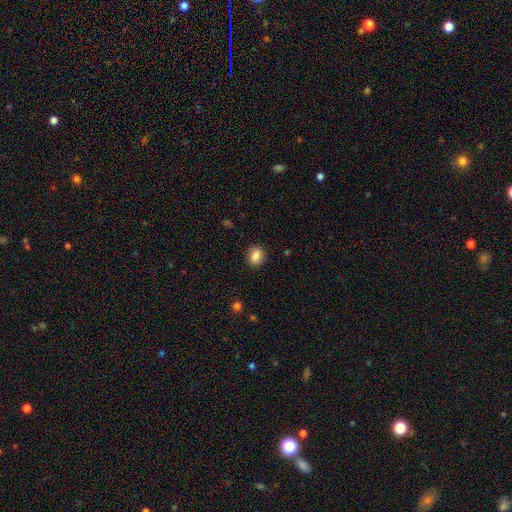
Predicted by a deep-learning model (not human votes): This appears to be a smooth galaxy with no disk features (85%) that is round (58%). Merging: none (89%).